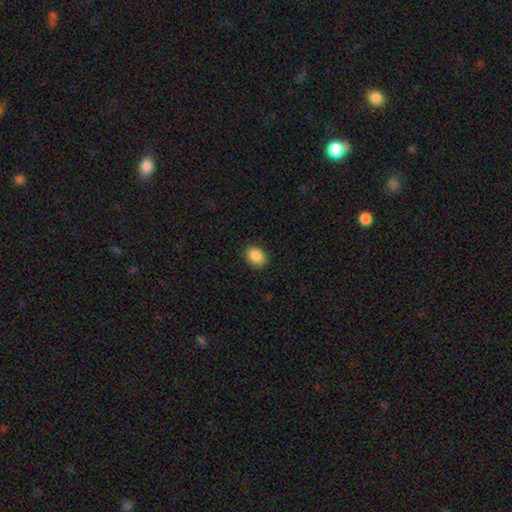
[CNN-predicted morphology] Smooth or featured? smooth (89%)
How rounded? in between (62%)
Merging? none (87%)